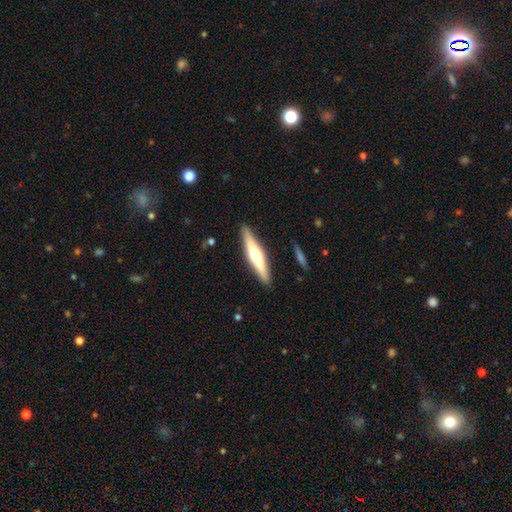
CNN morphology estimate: featured or disk 50%, smooth 45%, star or artifact 5%. Down the decision tree: merging — none (90%).